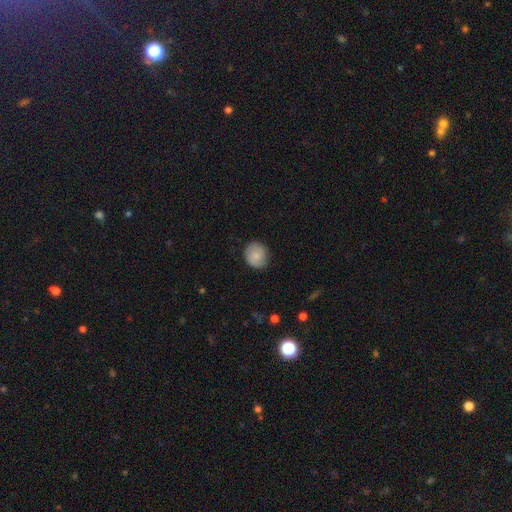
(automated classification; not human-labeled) Smooth or featured: smooth — 78% (featured or disk — 15%)
How rounded: round — 78% (in between — 21%)
Merging: none — 81% (minor disturbance — 15%)